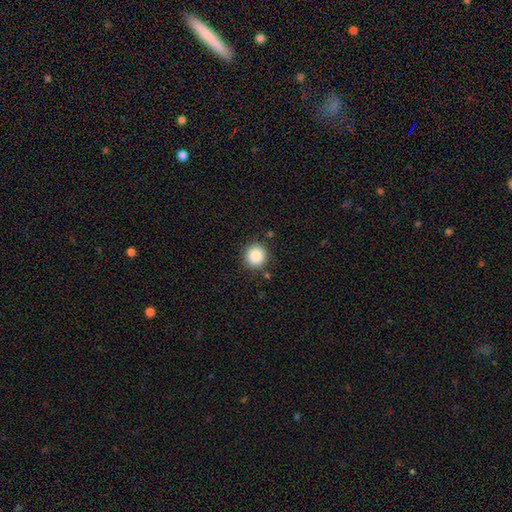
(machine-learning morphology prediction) This is clearly a smooth galaxy (87%). How rounded: clearly round (92%). Merging: clearly none (88%).